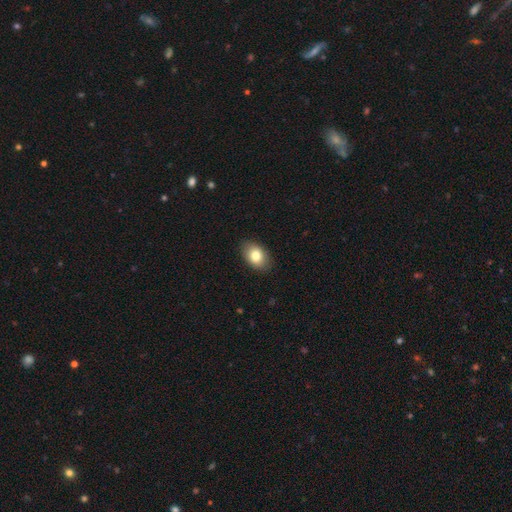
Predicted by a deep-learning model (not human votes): smooth-or-featured: smooth: 80% | featured or disk: 13% | star or artifact: 8%
  how-rounded: in between: 85% | round: 14% | cigar-shaped: 1%
  merging: none: 87% | minor disturbance: 10% | major disturbance: 2% | merger: 1%